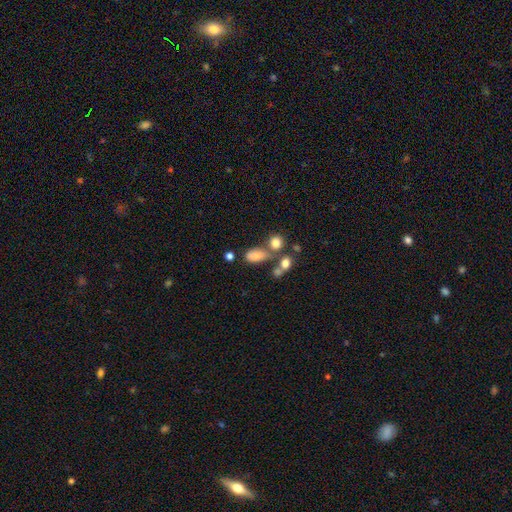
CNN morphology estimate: Overall: smooth (74%). How rounded: in between (85%). Merging: none (47%; merger 28%).